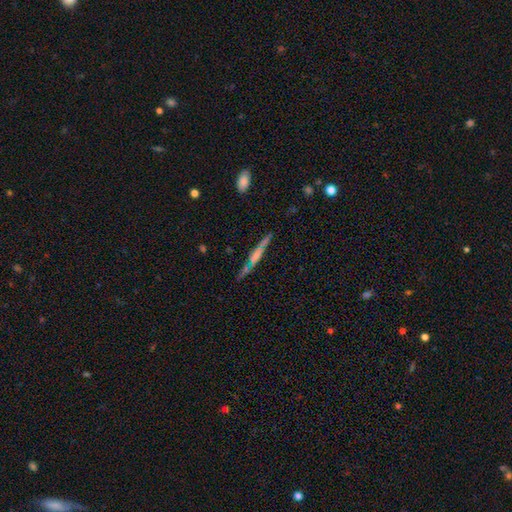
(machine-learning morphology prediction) Smooth or featured?
  - featured or disk: 58% *
  - smooth: 34%
  - star or artifact: 9%
Edge-on disk?
  - yes: 92% *
  - no: 8%
Edge-on bulge?
  - none: 44% *
  - rounded: 30%
  - boxy: 26%
Merging?
  - none: 72% *
  - minor disturbance: 15%
  - merger: 7%
  - major disturbance: 5%